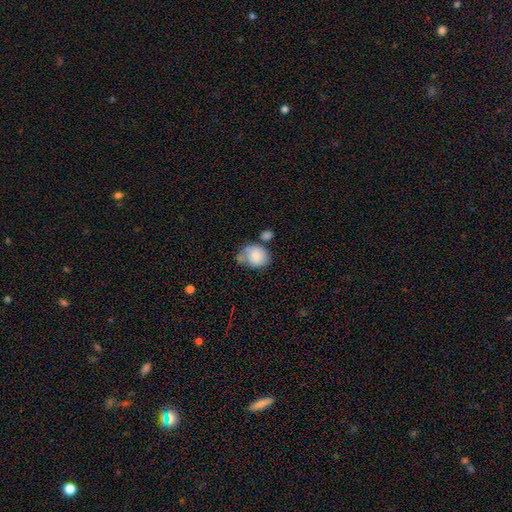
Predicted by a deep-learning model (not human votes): The model was most divided on "how rounded": round: 50%, in between: 49%, cigar-shaped: 1%. Remaining: smooth or featured — smooth (81%); merging — none (38%).